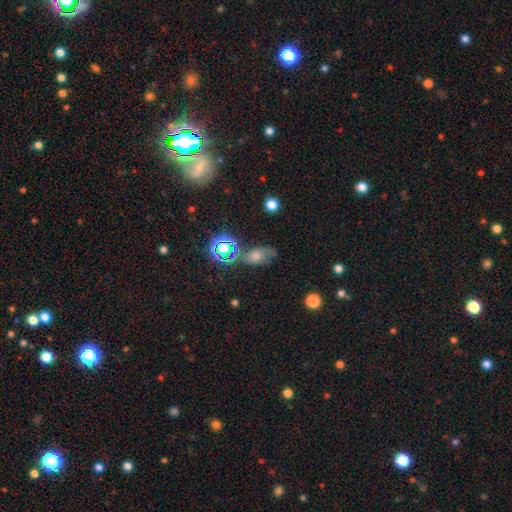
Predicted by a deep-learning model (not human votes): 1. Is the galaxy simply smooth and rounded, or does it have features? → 36% smooth (tied), 36% star or artifact (tied), 28% featured or disk.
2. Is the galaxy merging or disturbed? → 59% none, 22% minor disturbance, 12% major disturbance, 6% merger.